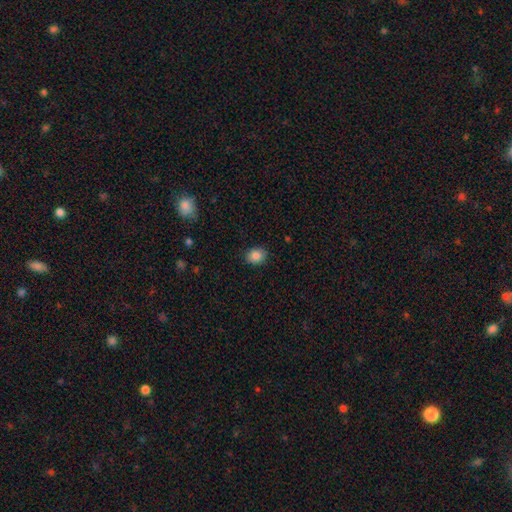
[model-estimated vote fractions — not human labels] Morphology: type=smooth (86%); roundness=round (60%); merging=none (87%).